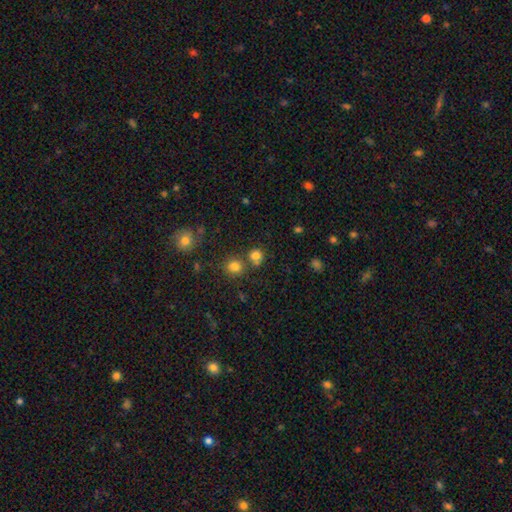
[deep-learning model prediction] Overall: smooth (77%). How rounded: round (88%). Merging: none (65%).